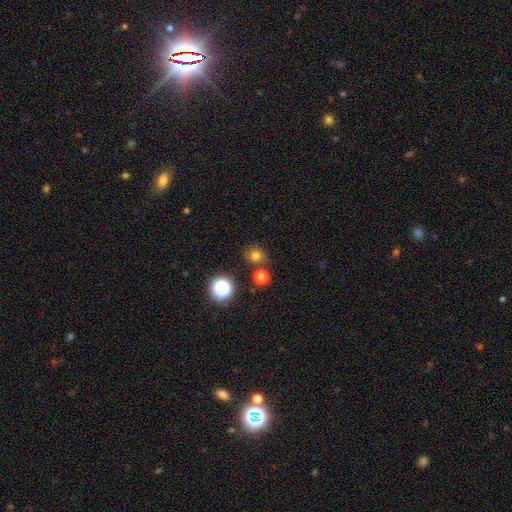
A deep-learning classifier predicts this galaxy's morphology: smooth 73%, star or artifact 20%, featured or disk 7%. Down the decision tree: how rounded — round (85%); merging — none (78%).